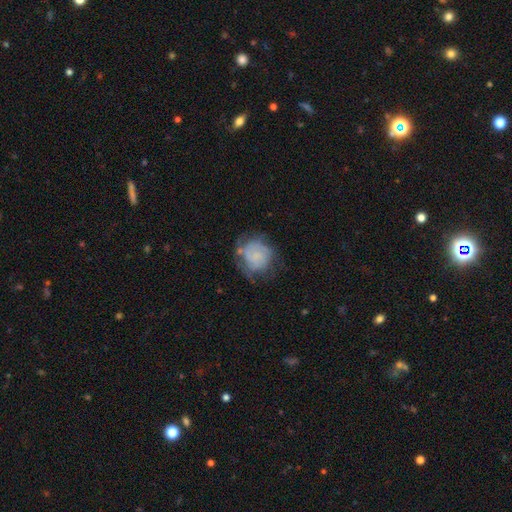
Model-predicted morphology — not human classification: The model was most divided on "smooth or featured": featured or disk: 46%, smooth: 45%, star or artifact: 9%. More confident: merging — none (51%).